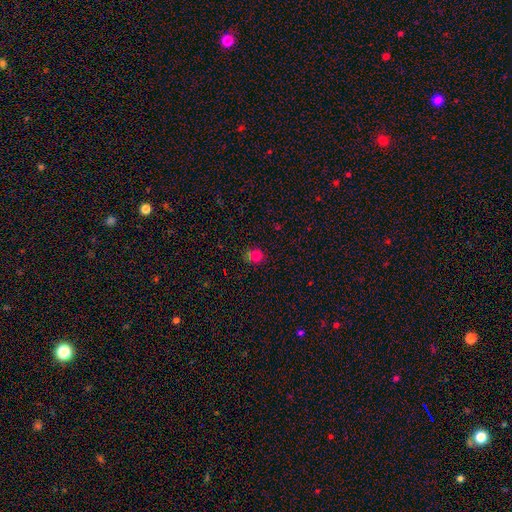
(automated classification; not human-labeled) A smooth galaxy with no disk features (78%) that is round (72%).

Vote fractions:
- Smooth or featured? smooth: 78% / star or artifact: 15% / featured or disk: 7%
- How rounded? round: 72% / in between: 27% / cigar-shaped: 1%
- Merging? none: 68% / minor disturbance: 20% / merger: 6% / major disturbance: 5%